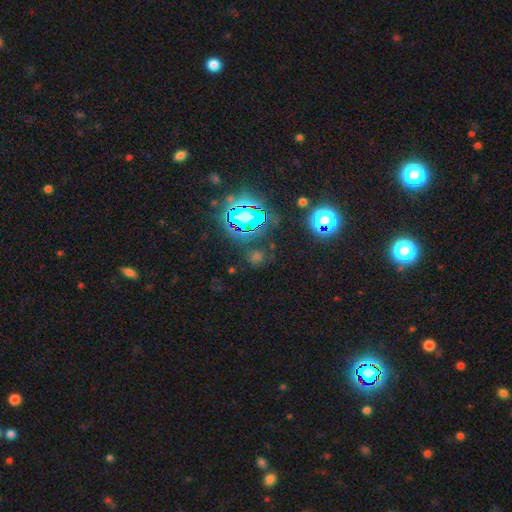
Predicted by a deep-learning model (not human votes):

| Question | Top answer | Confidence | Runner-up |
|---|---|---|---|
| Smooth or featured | star or artifact | 64% | smooth (25%) |